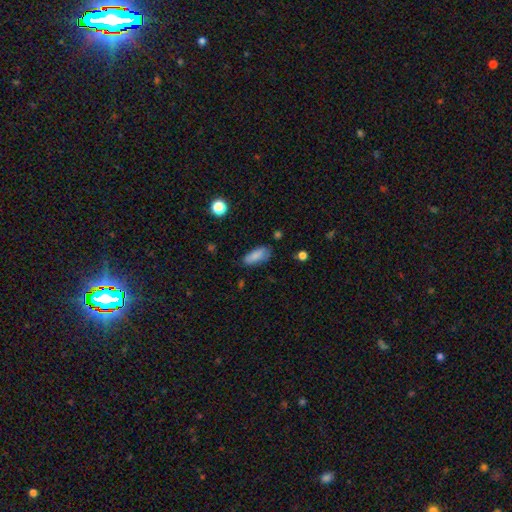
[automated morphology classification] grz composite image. It shows a smooth galaxy with no disk features (85%) that is in between round and cigar-shaped (79%). Merging: none (70%).